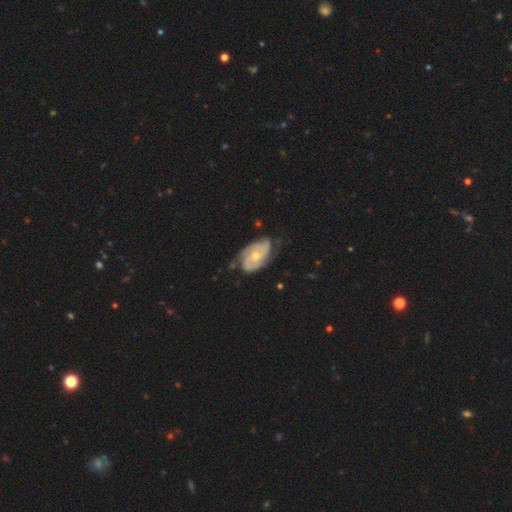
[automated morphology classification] type=featured or disk (74%); edge-on=no (96%); bar=no (72%); spiral arms=yes (89%); winding=tight (48%); arm count=2 (54%); bulge=moderate (52%); merging=none (59%).